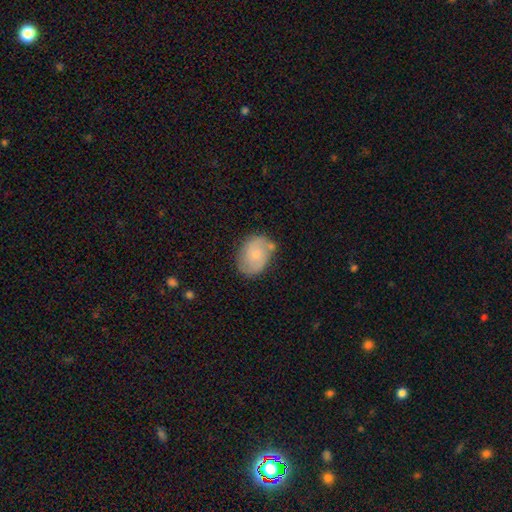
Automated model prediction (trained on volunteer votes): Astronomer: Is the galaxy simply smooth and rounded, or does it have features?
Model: featured or disk — 47% (runner-up: smooth, 46%).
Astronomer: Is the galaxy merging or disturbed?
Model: none — 64%.